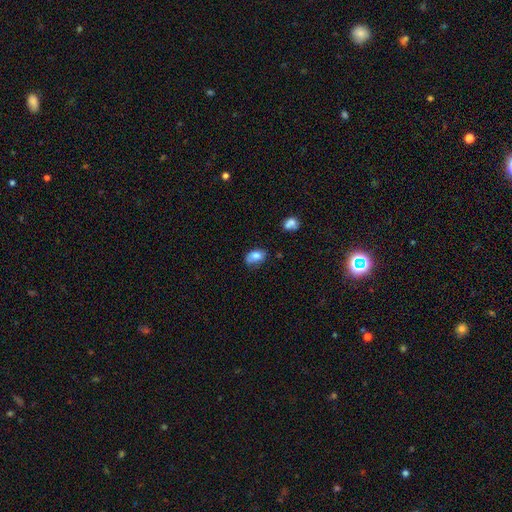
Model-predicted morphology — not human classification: This is likely a smooth galaxy (76%). How rounded: clearly in between (84%). Merging: possibly none (51%).